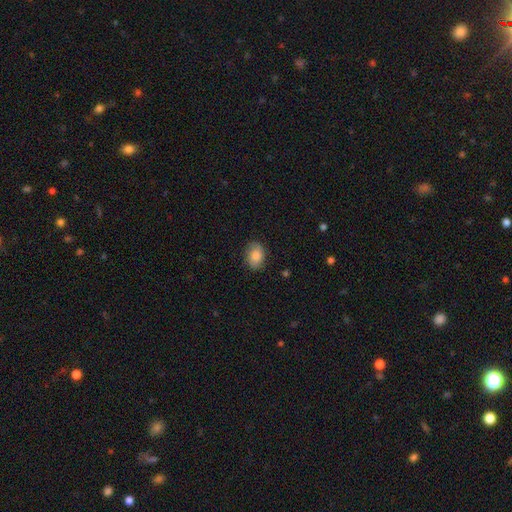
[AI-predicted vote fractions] Overall: smooth (81%). How rounded: in between (72%). Merging: none (83%).